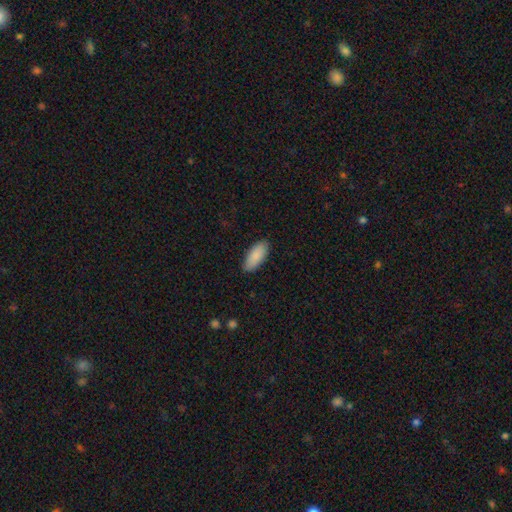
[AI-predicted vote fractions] Q: Smooth or featured?
A: smooth (89%); runner-up: star or artifact (6%)
Q: How rounded?
A: in between (84%); runner-up: cigar-shaped (15%)
Q: Merging?
A: none (87%); runner-up: minor disturbance (10%)